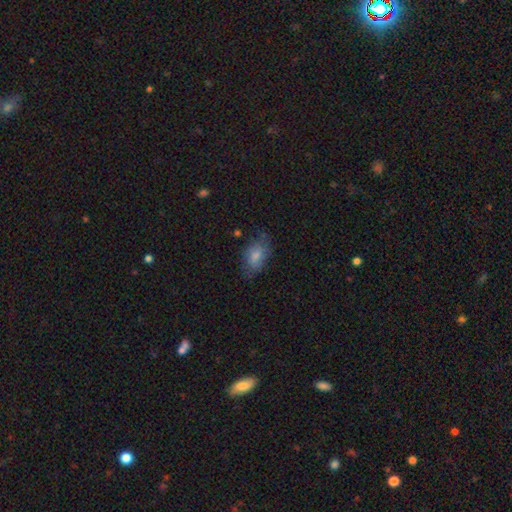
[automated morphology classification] A smooth galaxy with no disk features (76%) that is in between round and cigar-shaped (90%). Merging: none (63%).